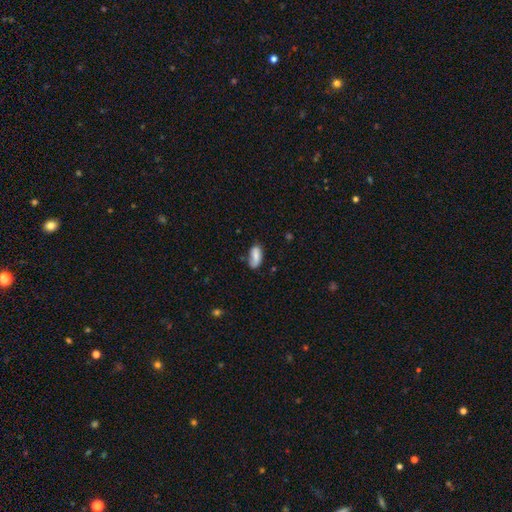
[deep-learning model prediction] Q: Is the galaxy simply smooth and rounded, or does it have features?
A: smooth — 77%.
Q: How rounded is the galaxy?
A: in between — 88%.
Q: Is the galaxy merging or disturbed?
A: none — 62%.